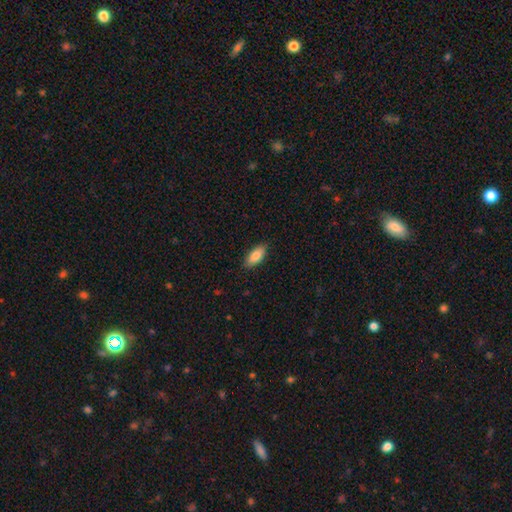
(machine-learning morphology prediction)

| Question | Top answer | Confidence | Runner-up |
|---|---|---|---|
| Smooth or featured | smooth | 85% | featured or disk (9%) |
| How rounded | in between | 85% | cigar-shaped (13%) |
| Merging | none | 87% | minor disturbance (10%) |